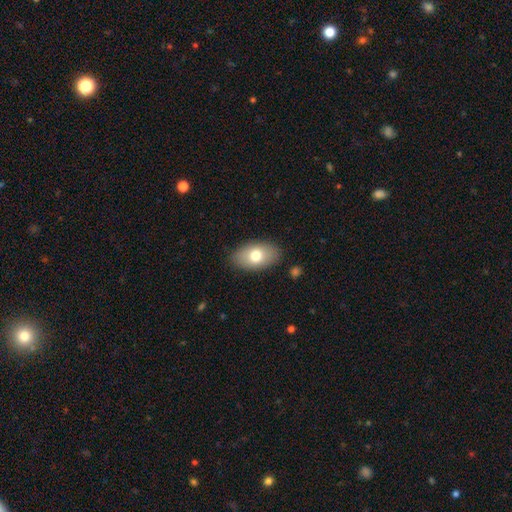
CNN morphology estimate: Smooth or featured: smooth — 74% (featured or disk — 18%)
How rounded: in between — 92% (round — 6%)
Merging: none — 86% (minor disturbance — 10%)